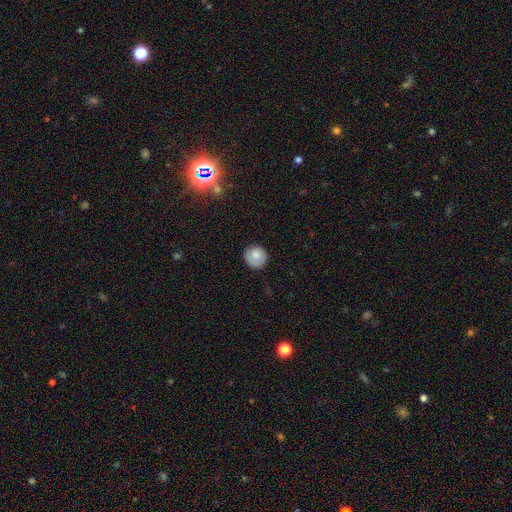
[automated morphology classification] type=smooth (77%); roundness=round (93%); merging=none (83%).